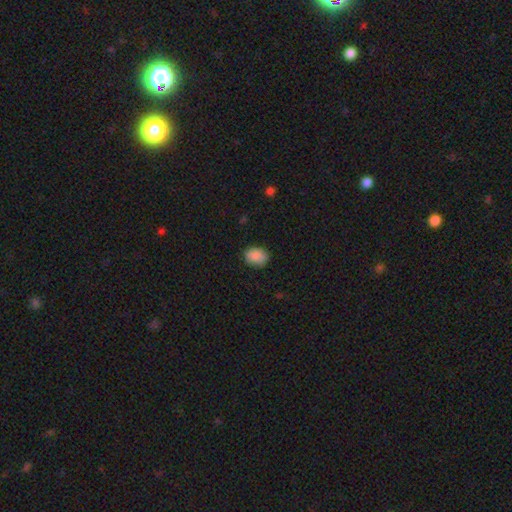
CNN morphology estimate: smooth-or-featured: smooth: 88% | star or artifact: 8% | featured or disk: 4%
  how-rounded: in between: 59% | round: 40% | cigar-shaped: 1%
  merging: none: 82% | minor disturbance: 14% | major disturbance: 3% | merger: 1%